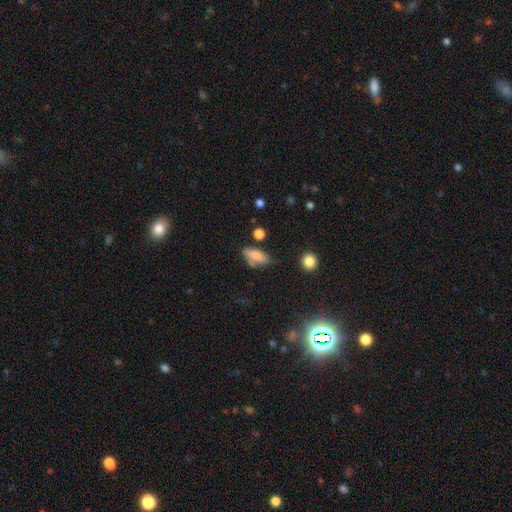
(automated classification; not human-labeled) This appears to be a smooth galaxy with no disk features (75%) that is in between round and cigar-shaped (82%). Merging: none (55%).